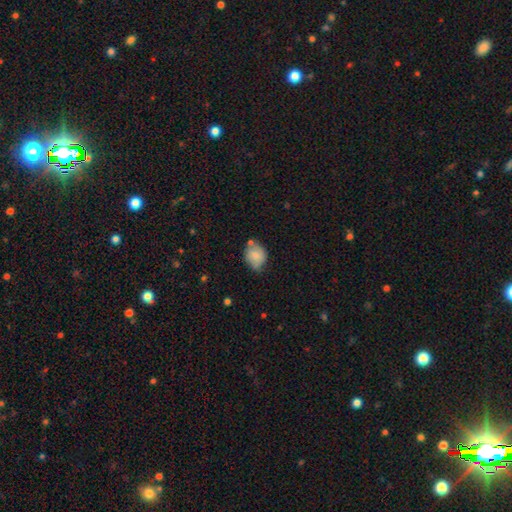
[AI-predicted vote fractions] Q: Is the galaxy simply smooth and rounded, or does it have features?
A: smooth — 76%.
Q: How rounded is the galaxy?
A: round — 51%.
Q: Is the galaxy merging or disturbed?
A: none — 55%.